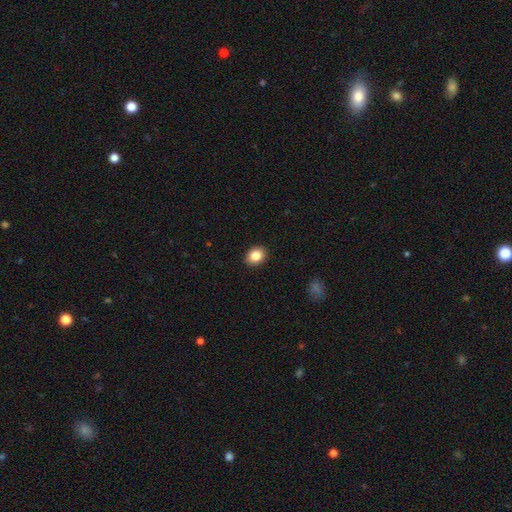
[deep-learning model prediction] This appears to be a smooth galaxy with no disk features (85%) that is in between round and cigar-shaped (56%). Merging: none (91%).